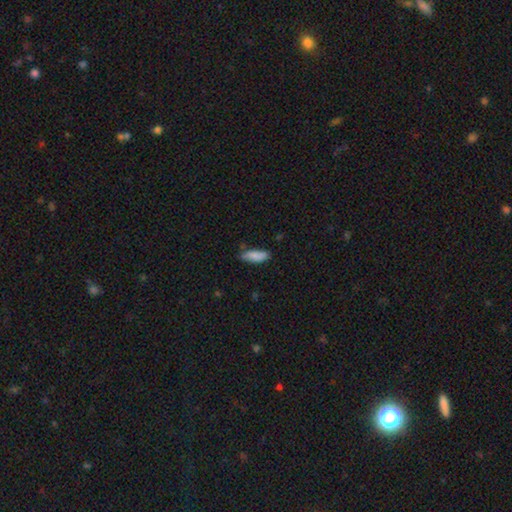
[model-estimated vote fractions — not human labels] Smooth or featured?
  - smooth: 85% *
  - featured or disk: 8%
  - star or artifact: 6%
How rounded?
  - in between: 67% *
  - cigar-shaped: 32%
  - round: 2%
Merging?
  - none: 73% *
  - minor disturbance: 21%
  - major disturbance: 3%
  - merger: 2%